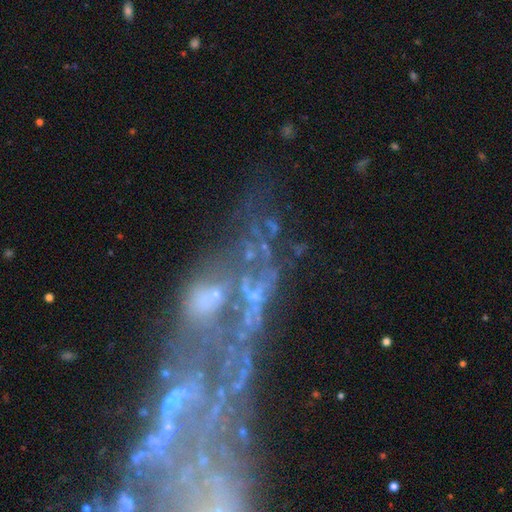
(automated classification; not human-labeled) A featured or disk galaxy (64%) with no bar (76%), no spiral arms (56%) and no central bulge (46%). Merging: merger (36%).